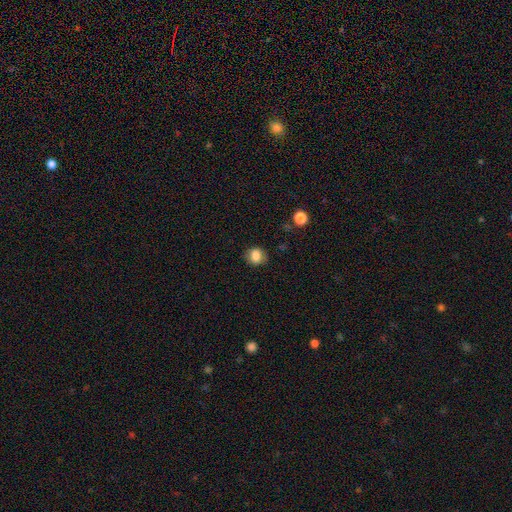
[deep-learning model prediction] A smooth galaxy with no disk features (83%) that is round (70%). Merging: none (81%).